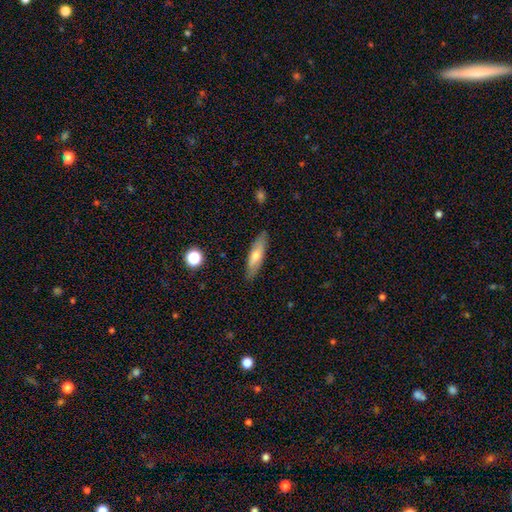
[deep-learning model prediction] smooth_or_featured: smooth (p=0.59) [alt: featured or disk p=0.34]
how_rounded: cigar-shaped (p=0.60) [alt: in between p=0.38]
merging: none (p=0.86) [alt: minor disturbance p=0.10]